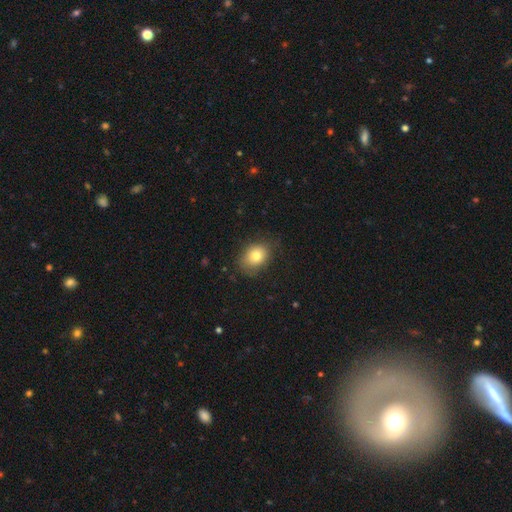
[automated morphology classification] Smooth or featured? Predicted: smooth (p=0.78). How rounded? Predicted: in between (p=0.53). Merging? Predicted: none (p=0.73).